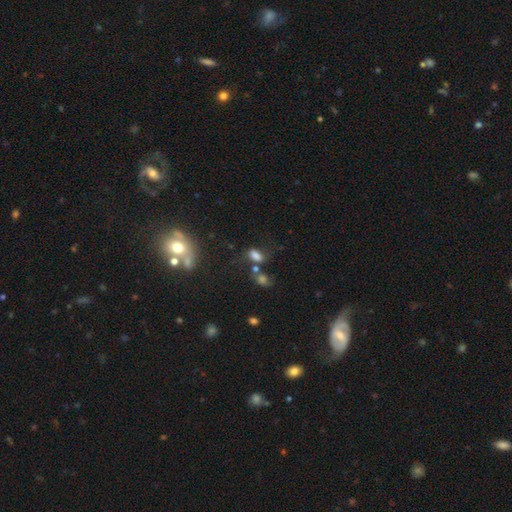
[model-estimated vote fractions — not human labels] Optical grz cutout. It shows a smooth galaxy with no disk features (72%) that is in between round and cigar-shaped (83%). Merging: none (50%).